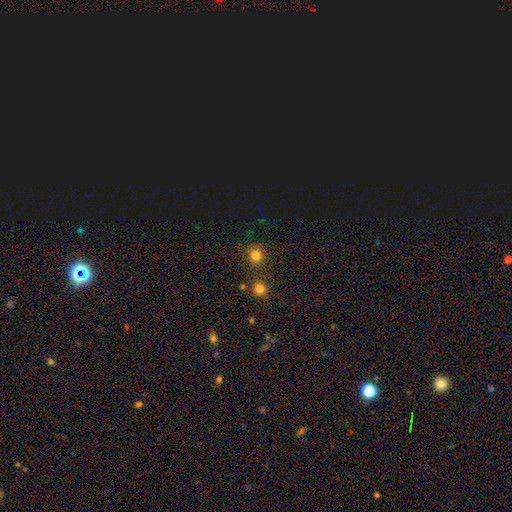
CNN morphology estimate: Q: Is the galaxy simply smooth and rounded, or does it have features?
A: smooth — 78%.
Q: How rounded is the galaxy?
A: round — 88%.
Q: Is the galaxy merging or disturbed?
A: none — 81%.